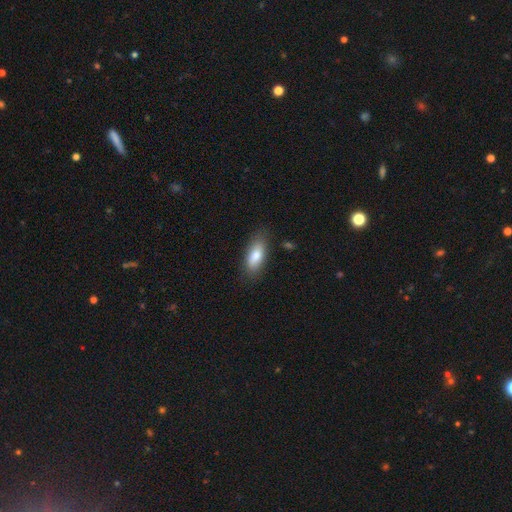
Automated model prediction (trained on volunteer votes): Smooth or featured? smooth (81%)
How rounded? in between (81%)
Merging? none (80%)